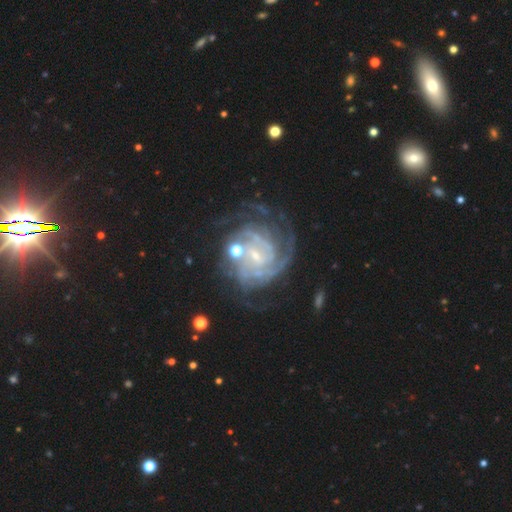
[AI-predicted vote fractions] featured or disk 88%, star or artifact 7%, smooth 5%. Down the decision tree: edge-on disk — no (98%); bar — weak (45%); spiral arms — yes (97%); spiral arm count — can't tell (28%); spiral winding — tight (64%); bulge size — small (69%); merging — none (58%).